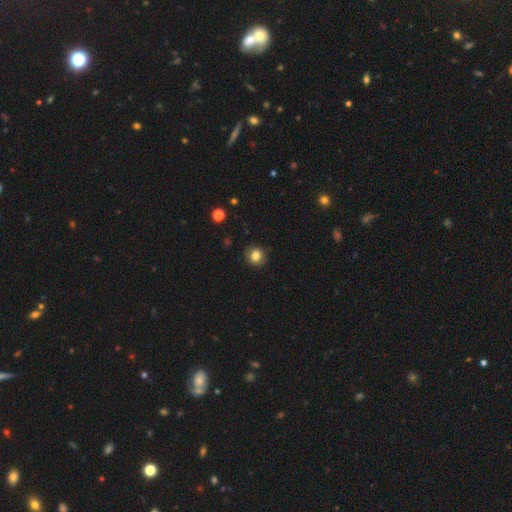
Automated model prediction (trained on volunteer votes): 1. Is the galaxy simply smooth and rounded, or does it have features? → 82% smooth, 11% star or artifact, 7% featured or disk.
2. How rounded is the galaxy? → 81% round, 18% in between, 1% cigar-shaped.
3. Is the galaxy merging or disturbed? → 88% none, 9% minor disturbance, 2% major disturbance, 1% merger.